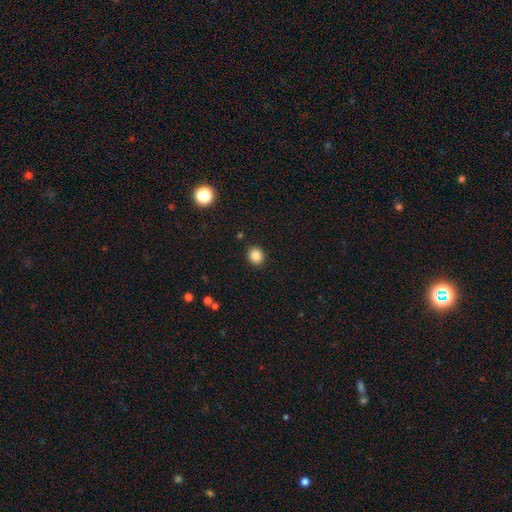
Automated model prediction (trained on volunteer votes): Q: Smooth or featured?
A: smooth (85%); runner-up: star or artifact (10%)
Q: How rounded?
A: round (79%); runner-up: in between (20%)
Q: Merging?
A: none (91%); runner-up: minor disturbance (6%)